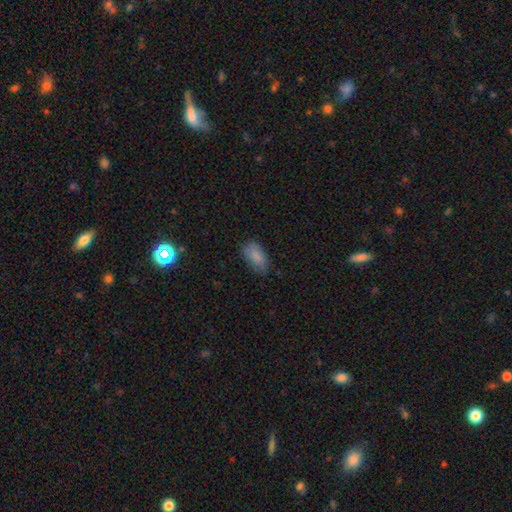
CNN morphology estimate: Smooth or featured: smooth — 85% (featured or disk — 7%)
How rounded: in between — 92% (cigar-shaped — 5%)
Merging: none — 74% (minor disturbance — 20%)